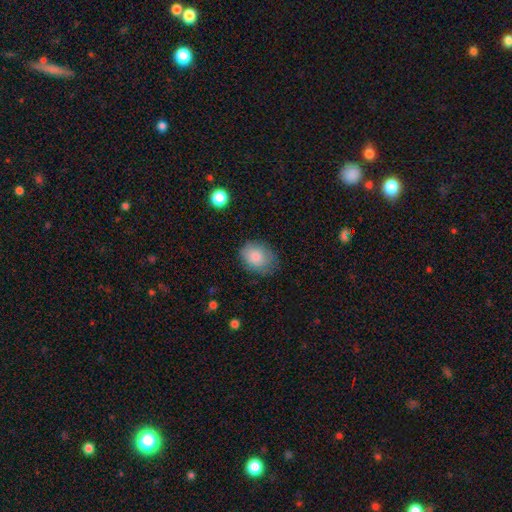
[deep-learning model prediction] Smooth or featured?
  - smooth: 83% *
  - featured or disk: 9%
  - star or artifact: 8%
How rounded?
  - in between: 64% *
  - round: 35%
  - cigar-shaped: 1%
Merging?
  - none: 74% *
  - minor disturbance: 20%
  - major disturbance: 4%
  - merger: 1%